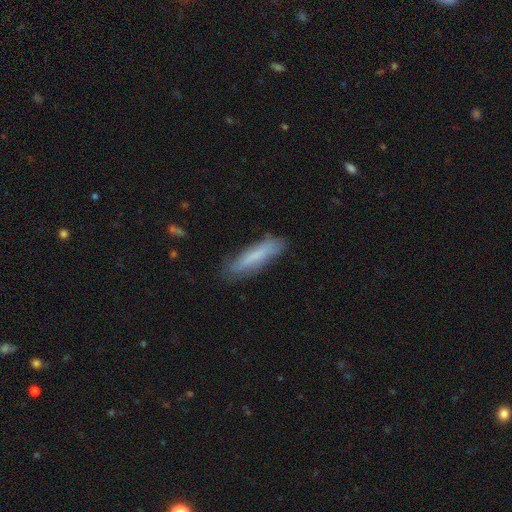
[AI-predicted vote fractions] smooth 69%, featured or disk 24%, star or artifact 7%. Down the decision tree: how rounded — cigar-shaped (78%); merging — none (79%).